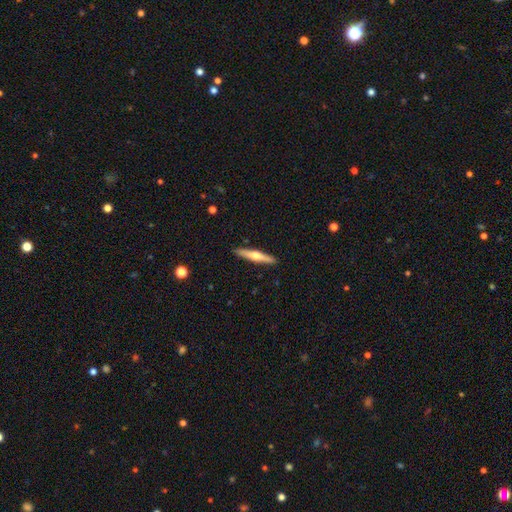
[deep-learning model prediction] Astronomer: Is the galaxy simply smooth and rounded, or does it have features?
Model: featured or disk — 55% (runner-up: smooth, 39%).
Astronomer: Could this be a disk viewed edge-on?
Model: yes — 96%.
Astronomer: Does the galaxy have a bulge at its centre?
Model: rounded — 90%.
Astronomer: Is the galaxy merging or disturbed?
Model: none — 91%.